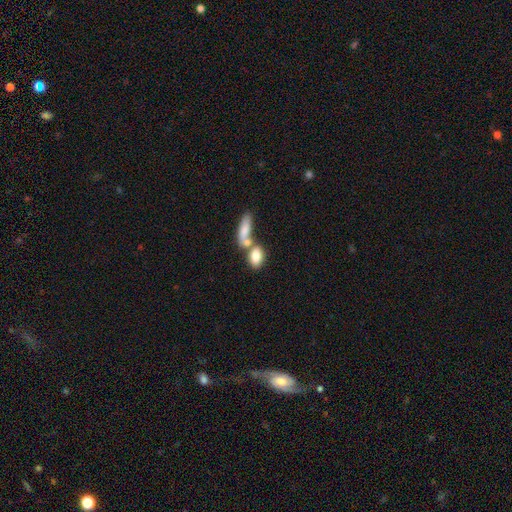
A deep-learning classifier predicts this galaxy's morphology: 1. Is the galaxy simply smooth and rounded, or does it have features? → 79% smooth, 14% featured or disk, 7% star or artifact.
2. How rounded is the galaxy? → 82% in between, 11% round, 7% cigar-shaped.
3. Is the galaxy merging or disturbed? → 50% merger, 36% none, 9% minor disturbance, 5% major disturbance.